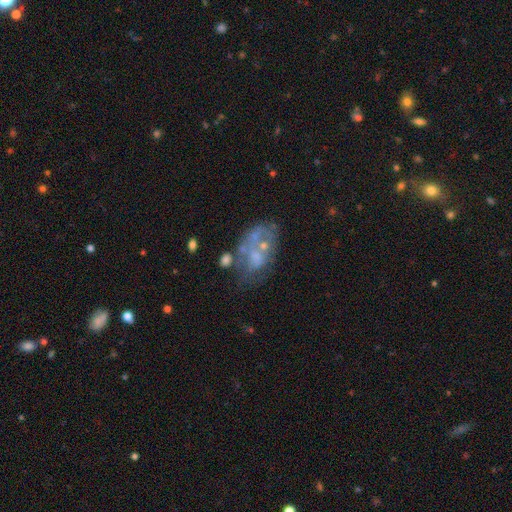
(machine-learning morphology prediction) Smooth or featured?
  - featured or disk: 58% *
  - smooth: 28%
  - star or artifact: 13%
Edge-on disk?
  - no: 97% *
  - yes: 3%
Bar?
  - no: 90% *
  - weak: 8%
  - strong: 2%
Spiral arms?
  - no: 85% *
  - yes: 15%
Bulge size?
  - none: 49% *
  - small: 29%
  - moderate: 18%
  - large: 2%
  - dominant: 1%
Merging?
  - none: 37% *
  - major disturbance: 22%
  - minor disturbance: 20%
  - merger: 20%